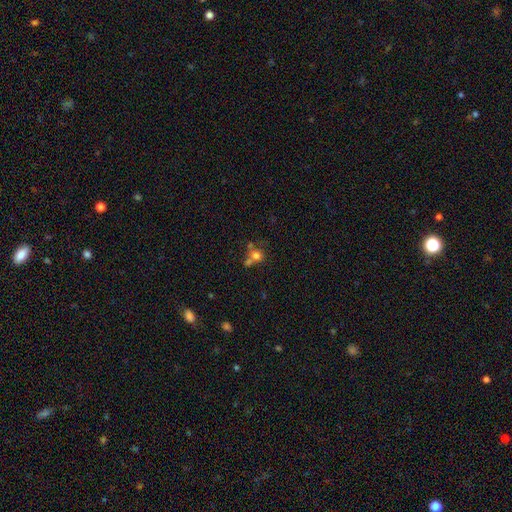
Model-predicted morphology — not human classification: smooth 71%, star or artifact 15%, featured or disk 15%. Down the decision tree: how rounded — round (80%); merging — merger (44%).